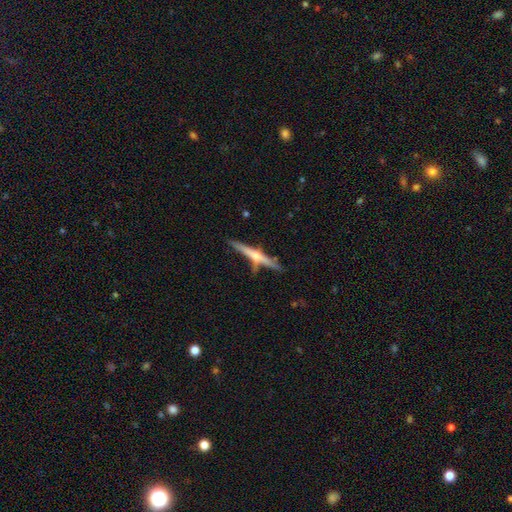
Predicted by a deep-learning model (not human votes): Overall: featured or disk (67%; smooth 27%). Edge-on disk: yes (97%). Edge-on bulge: rounded (82%). Merging: none (74%).